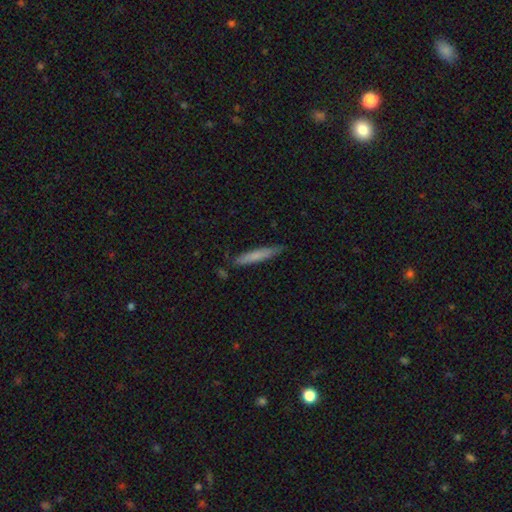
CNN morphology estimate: Smooth or featured?
  - smooth: 71% *
  - featured or disk: 23%
  - star or artifact: 6%
How rounded?
  - cigar-shaped: 94% *
  - in between: 5%
  - round: 1%
Merging?
  - none: 80% *
  - minor disturbance: 15%
  - merger: 3%
  - major disturbance: 2%